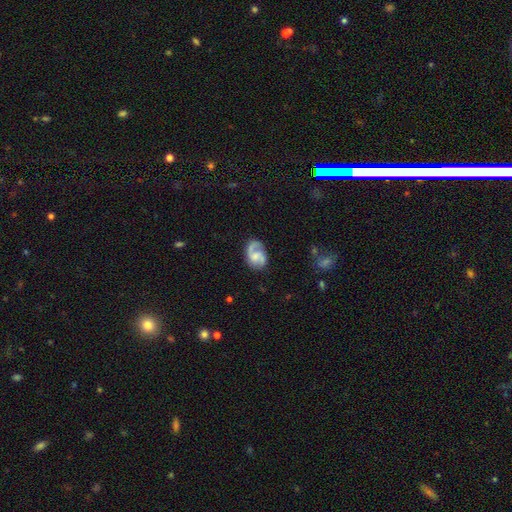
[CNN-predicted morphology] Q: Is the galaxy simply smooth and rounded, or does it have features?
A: featured or disk — 79%.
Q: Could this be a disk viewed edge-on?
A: no — 98%.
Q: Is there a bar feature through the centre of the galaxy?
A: no — 52%.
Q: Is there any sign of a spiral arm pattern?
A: yes — 95%.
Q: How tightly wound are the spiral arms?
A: medium — 50%.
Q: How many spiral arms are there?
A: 2 — 75%.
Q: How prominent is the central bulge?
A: small — 32%.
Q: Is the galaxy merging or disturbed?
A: none — 65%.